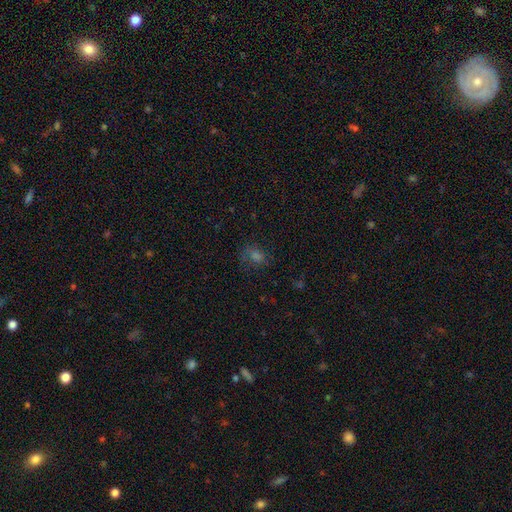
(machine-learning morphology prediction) type=smooth (52%); roundness=in between (54%); merging=none (64%).